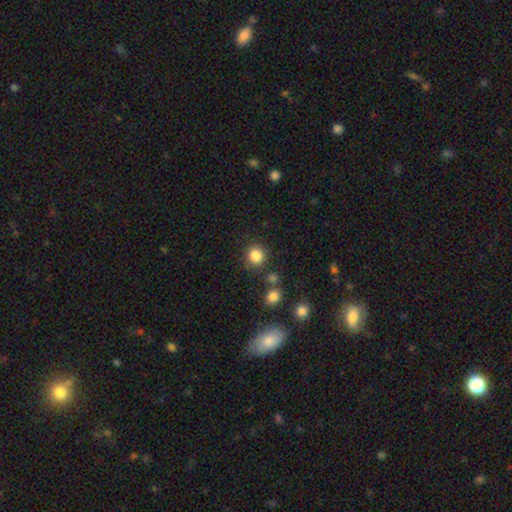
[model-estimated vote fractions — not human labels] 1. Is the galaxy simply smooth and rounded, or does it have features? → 84% smooth, 11% star or artifact, 5% featured or disk.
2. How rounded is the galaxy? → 84% round, 15% in between, 1% cigar-shaped.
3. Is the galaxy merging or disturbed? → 80% none, 10% minor disturbance, 6% merger, 4% major disturbance.